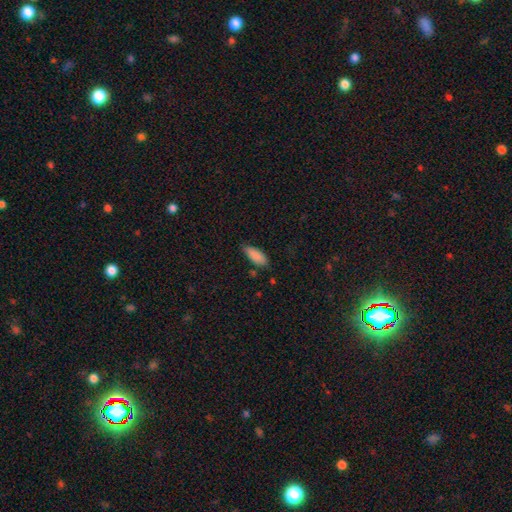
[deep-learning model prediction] Smooth or featured: smooth — 88% (star or artifact — 7%)
How rounded: in between — 74% (cigar-shaped — 24%)
Merging: none — 72% (minor disturbance — 22%)